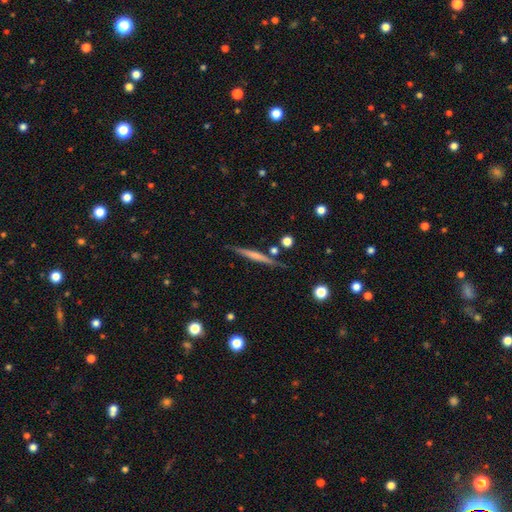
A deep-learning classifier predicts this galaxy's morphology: Q: Smooth or featured?
A: featured or disk (51%); runner-up: smooth (42%)
Q: Edge-on disk?
A: yes (96%); runner-up: no (4%)
Q: Merging?
A: none (83%); runner-up: minor disturbance (11%)